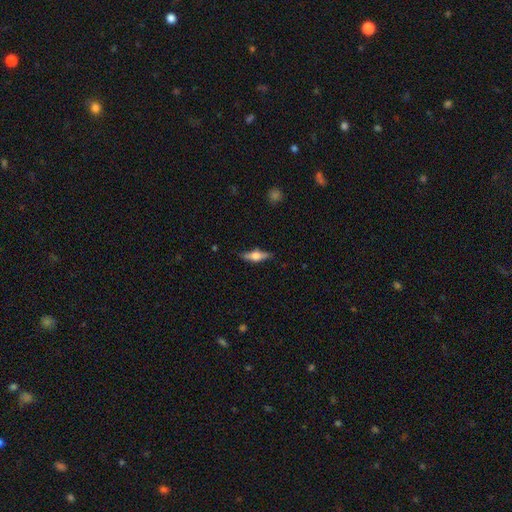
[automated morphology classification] Smooth or featured: featured or disk — 58% (smooth — 36%)
Edge-on disk: yes — 95% (no — 5%)
Edge-on bulge: rounded — 91% (boxy — 7%)
Merging: none — 84% (minor disturbance — 12%)